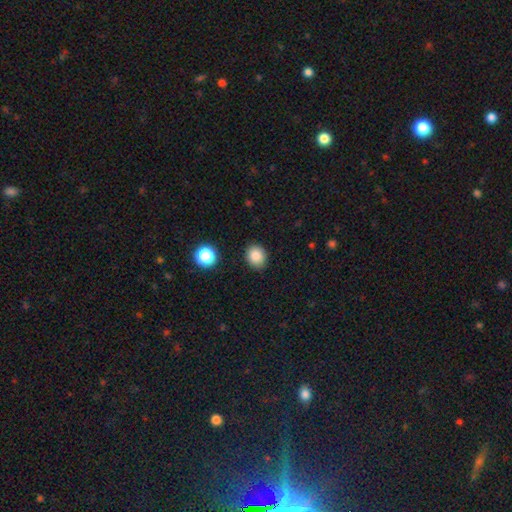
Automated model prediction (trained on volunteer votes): Smooth or featured?
  - smooth: 86% *
  - star or artifact: 10%
  - featured or disk: 4%
How rounded?
  - round: 66% *
  - in between: 33%
  - cigar-shaped: 1%
Merging?
  - none: 87% *
  - minor disturbance: 9%
  - major disturbance: 2%
  - merger: 2%